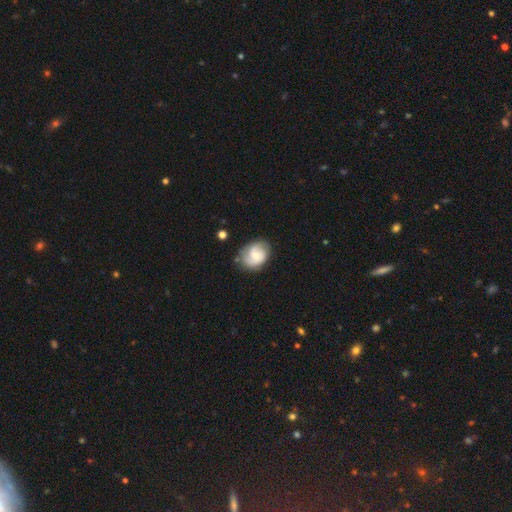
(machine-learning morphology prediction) This is possibly a featured or disk galaxy (53%). It is clearly not viewed edge-on (97%). Bar: possibly no (56%). Spiral arm pattern: clearly yes (85%). Central bulge: possibly small (49%). Merging: likely none (70%).